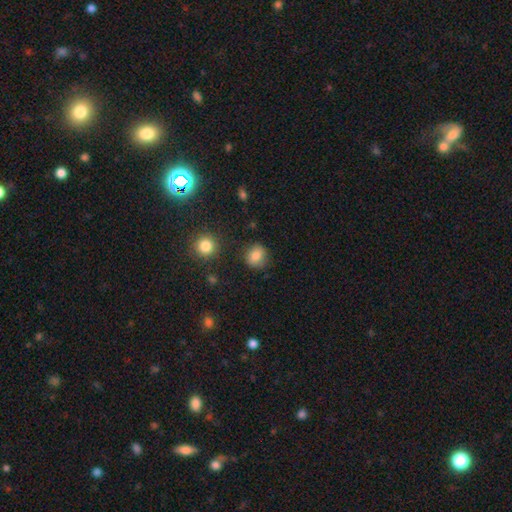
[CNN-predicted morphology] Q: Smooth or featured?
A: smooth (82%); runner-up: star or artifact (11%)
Q: How rounded?
A: round (78%); runner-up: in between (21%)
Q: Merging?
A: none (82%); runner-up: minor disturbance (13%)